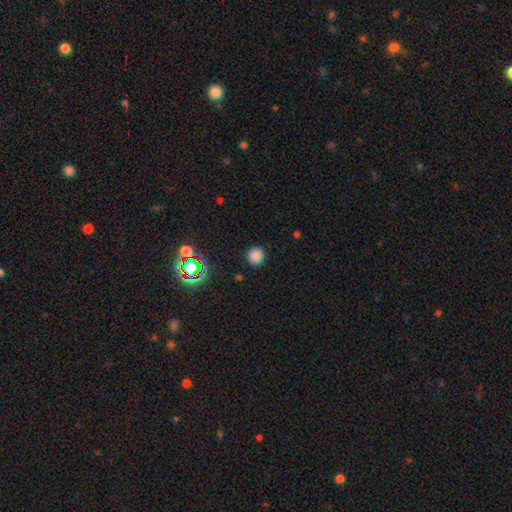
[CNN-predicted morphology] This appears to be a smooth galaxy with no disk features (81%) that is round (94%). Merging: none (91%).